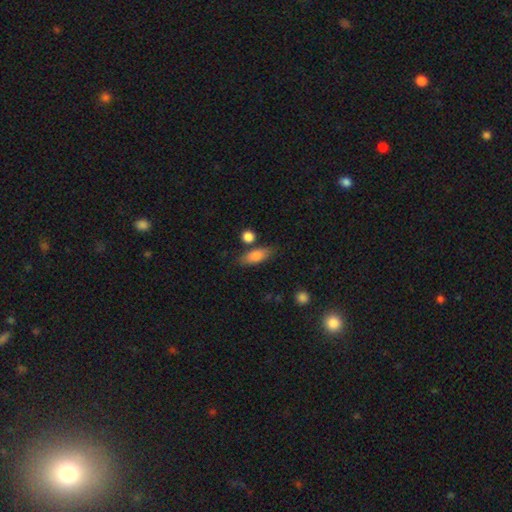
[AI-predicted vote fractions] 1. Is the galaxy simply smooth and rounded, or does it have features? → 81% smooth, 12% featured or disk, 7% star or artifact.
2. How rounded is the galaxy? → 70% in between, 25% cigar-shaped, 5% round.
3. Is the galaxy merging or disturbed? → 73% none, 14% minor disturbance, 9% merger, 4% major disturbance.